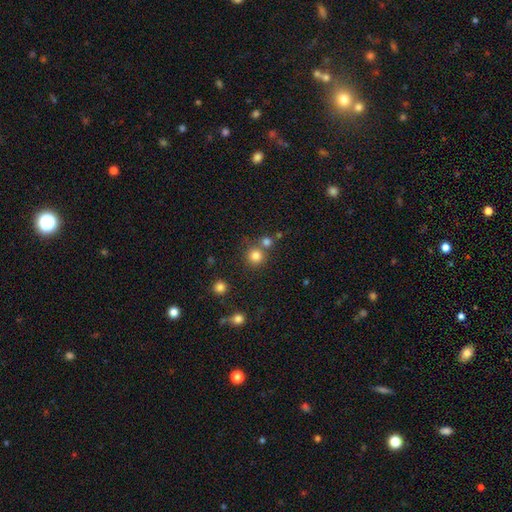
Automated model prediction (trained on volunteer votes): smooth-or-featured: smooth: 81% | star or artifact: 14% | featured or disk: 6%
  how-rounded: round: 93% | in between: 6% | cigar-shaped: 1%
  merging: none: 71% | merger: 19% | minor disturbance: 7% | major disturbance: 3%